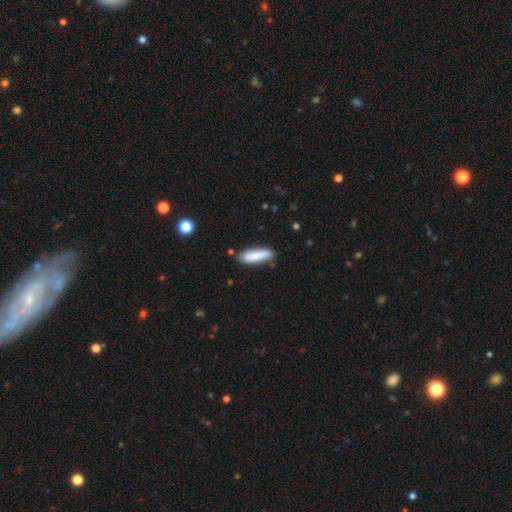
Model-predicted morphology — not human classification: type=smooth (84%); roundness=cigar-shaped (66%); merging=none (77%).